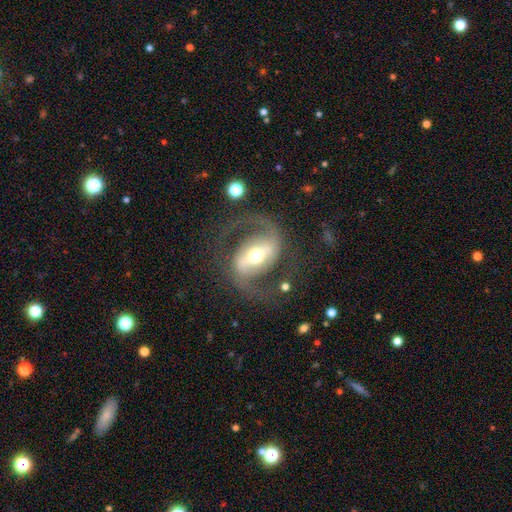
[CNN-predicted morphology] Smooth or featured? featured or disk (87%)
Edge-on disk? no (96%)
Bar? strong (59%)
Spiral arms? yes (89%)
Spiral winding? medium (53%)
Spiral arm count? 2 (90%)
Bulge size? moderate (68%)
Merging? none (72%)